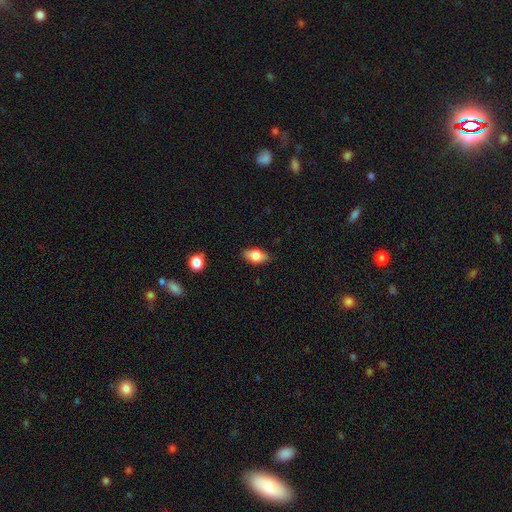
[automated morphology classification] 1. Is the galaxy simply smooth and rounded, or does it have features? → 75% smooth, 16% featured or disk, 8% star or artifact.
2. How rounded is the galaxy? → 87% in between, 8% round, 5% cigar-shaped.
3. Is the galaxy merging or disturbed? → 82% none, 14% minor disturbance, 3% major disturbance, 1% merger.